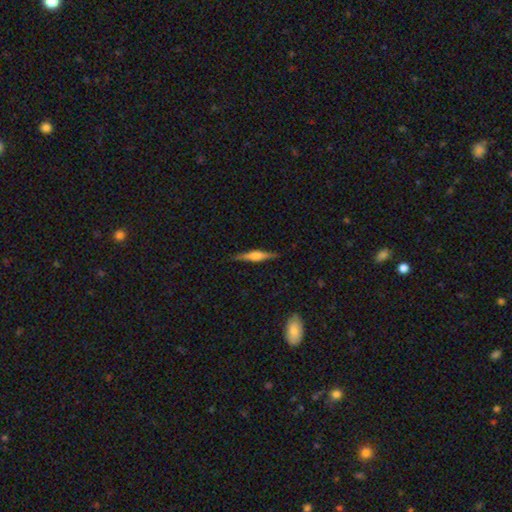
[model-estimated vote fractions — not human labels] A featured or disk galaxy (71%) viewed edge-on (98%) with a rounded central bulge (77%).

Vote fractions:
- Smooth or featured? featured or disk: 71% / smooth: 23% / star or artifact: 6%
- Edge-on disk? yes: 98% / no: 2%
- Edge-on bulge? rounded: 77% / boxy: 19% / none: 5%
- Merging? none: 90% / minor disturbance: 7% / major disturbance: 2% / merger: 1%